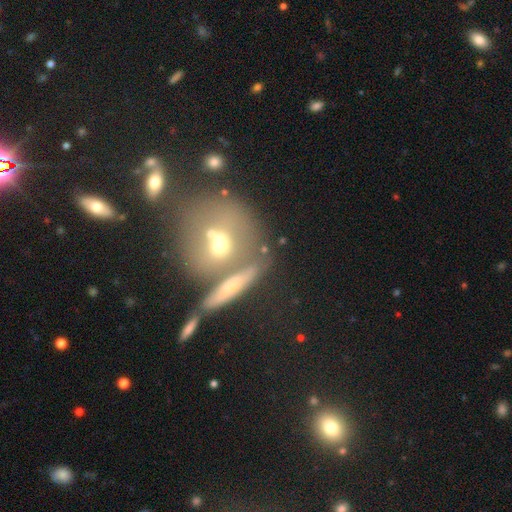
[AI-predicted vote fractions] This appears to be a featured or disk galaxy (49%). Merging: none (54%).